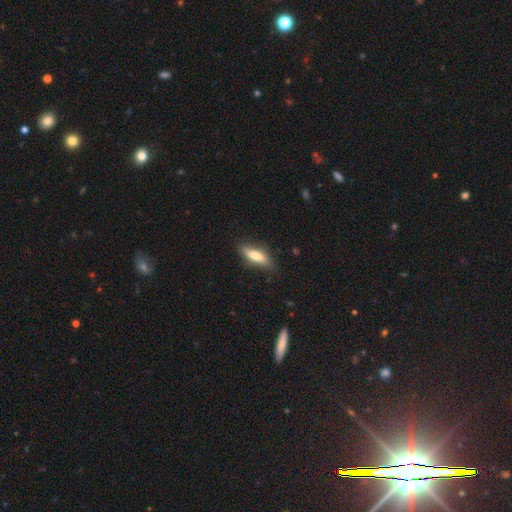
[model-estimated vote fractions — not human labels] Smooth or featured: smooth — 69% (featured or disk — 25%)
How rounded: in between — 50% (cigar-shaped — 48%)
Merging: none — 78% (minor disturbance — 17%)